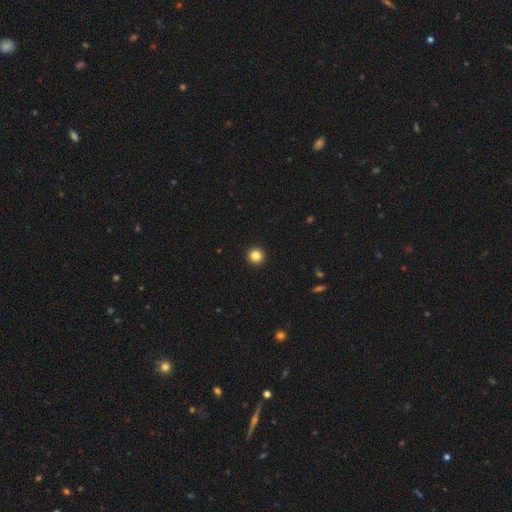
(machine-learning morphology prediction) This is clearly a smooth galaxy (84%). How rounded: clearly round (96%). Merging: clearly none (94%).